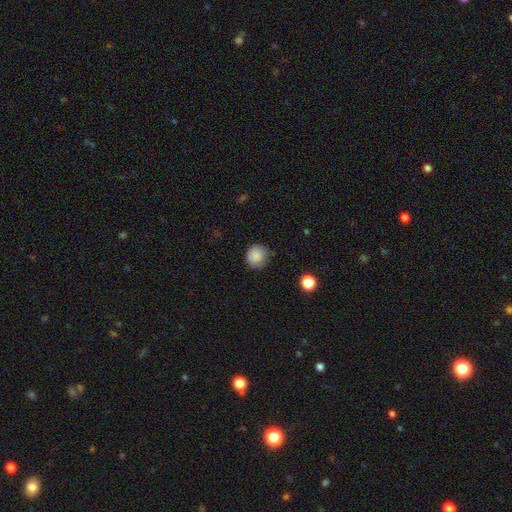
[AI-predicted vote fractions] A smooth galaxy with no disk features (86%) that is round (91%). Merging: none (79%).